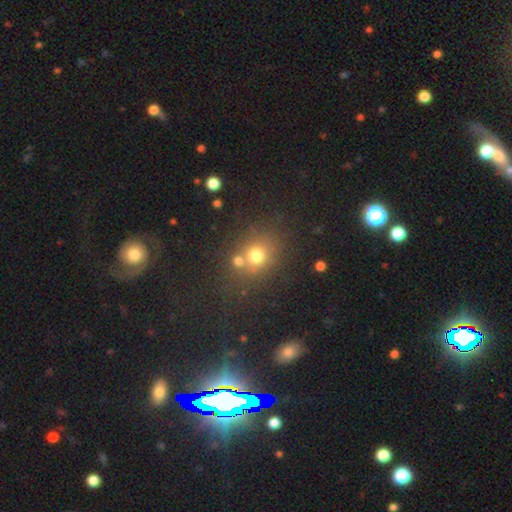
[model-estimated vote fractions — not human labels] smooth-or-featured: smooth: 71% | star or artifact: 19% | featured or disk: 10%
  how-rounded: round: 80% | in between: 19% | cigar-shaped: 1%
  merging: none: 59% | merger: 26% | minor disturbance: 10% | major disturbance: 5%